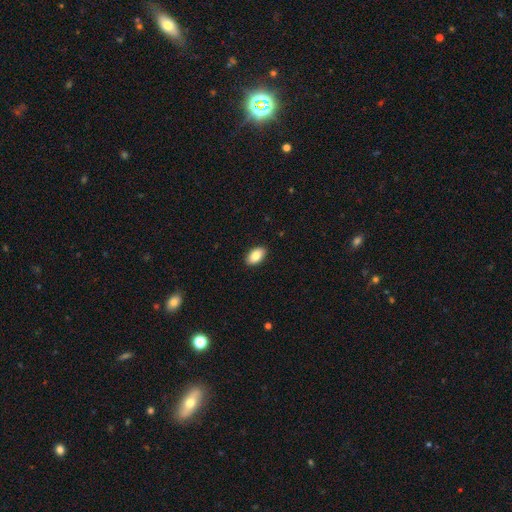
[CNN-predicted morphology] This is clearly a smooth galaxy (86%). How rounded: clearly in between (93%). Merging: clearly none (90%).